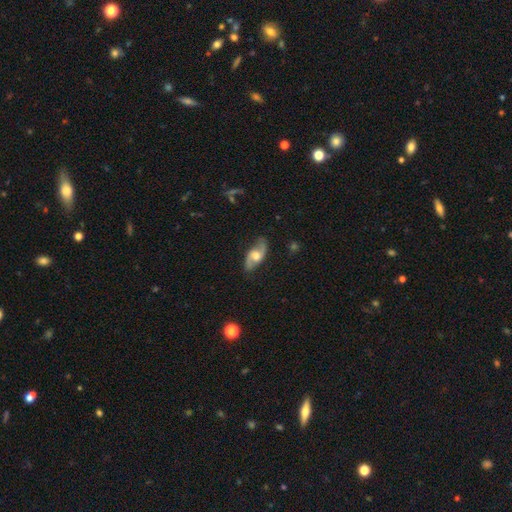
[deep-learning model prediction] featured or disk 70%, smooth 24%, star or artifact 6%. Down the decision tree: edge-on disk — no (89%); bar — no (59%); spiral arms — yes (87%); spiral arm count — 2 (90%); spiral winding — loose (57%); bulge size — moderate (67%); merging — none (79%).